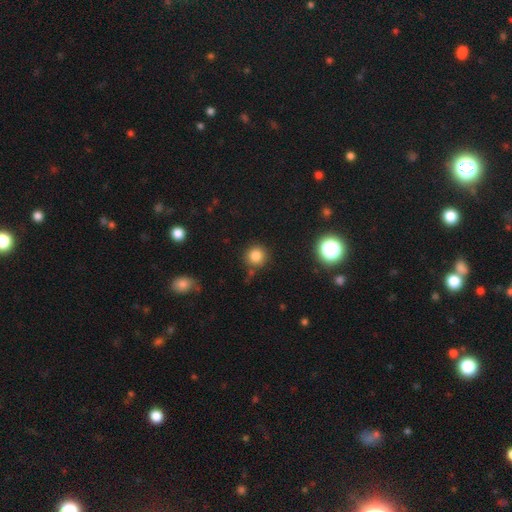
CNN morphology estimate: type=smooth (82%); roundness=round (93%); merging=none (82%).